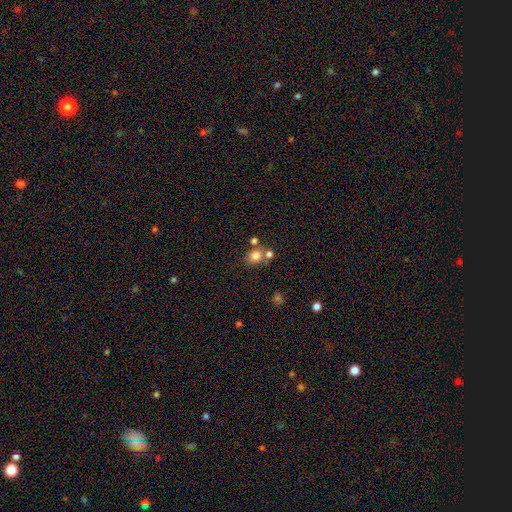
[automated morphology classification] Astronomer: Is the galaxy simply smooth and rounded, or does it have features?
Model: smooth — 78%.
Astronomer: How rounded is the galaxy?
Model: round — 72%.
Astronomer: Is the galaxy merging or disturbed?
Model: none — 56%.